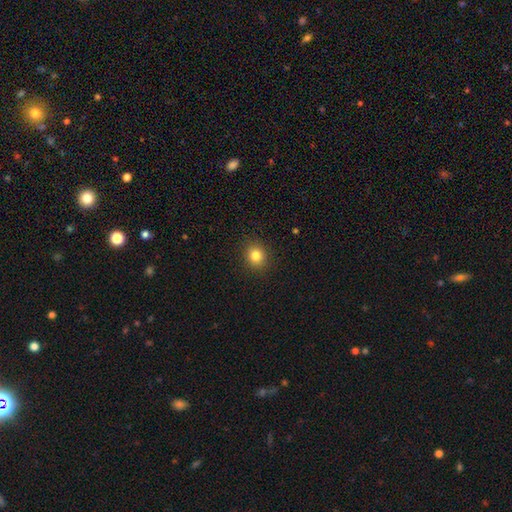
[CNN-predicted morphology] A smooth galaxy with no disk features (83%) that is round (82%).

Vote fractions:
- Smooth or featured? smooth: 83% / star or artifact: 12% / featured or disk: 6%
- How rounded? round: 82% / in between: 17% / cigar-shaped: 1%
- Merging? none: 91% / minor disturbance: 6% / major disturbance: 2% / merger: 1%